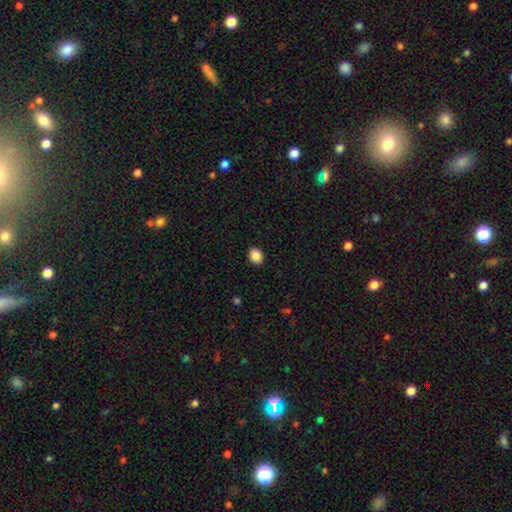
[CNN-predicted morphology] A smooth galaxy with no disk features (88%) that is in between round and cigar-shaped (51%). Merging: none (91%).